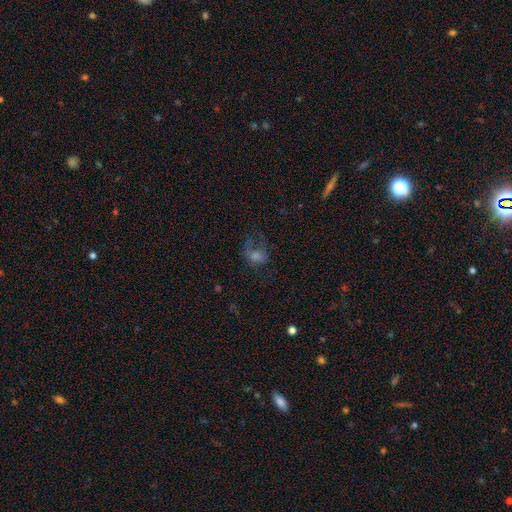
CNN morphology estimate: Smooth or featured?
  - smooth: 43% *
  - featured or disk: 34%
  - star or artifact: 23%
Merging?
  - major disturbance: 42% *
  - none: 35%
  - minor disturbance: 20%
  - merger: 3%